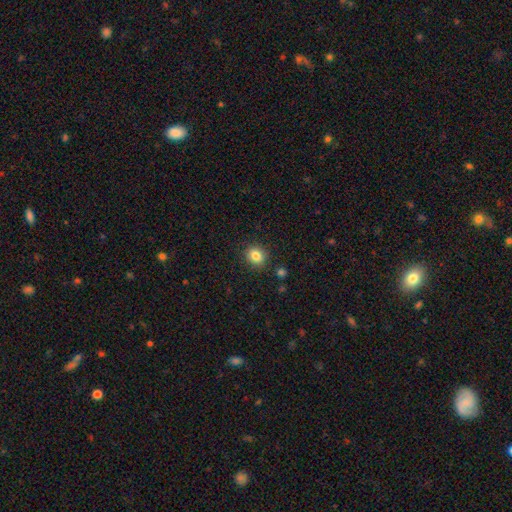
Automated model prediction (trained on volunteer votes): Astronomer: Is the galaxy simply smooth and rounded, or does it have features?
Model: smooth — 84%.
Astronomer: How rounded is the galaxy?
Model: round — 78%.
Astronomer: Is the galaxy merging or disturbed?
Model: none — 89%.